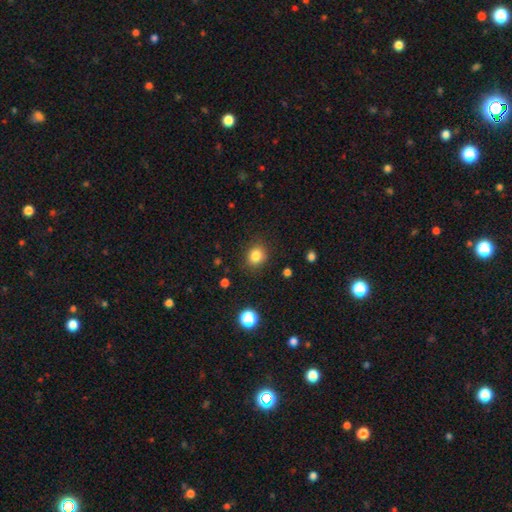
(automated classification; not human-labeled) Q: Smooth or featured?
A: smooth (83%); runner-up: star or artifact (12%)
Q: How rounded?
A: round (72%); runner-up: in between (27%)
Q: Merging?
A: none (86%); runner-up: minor disturbance (9%)